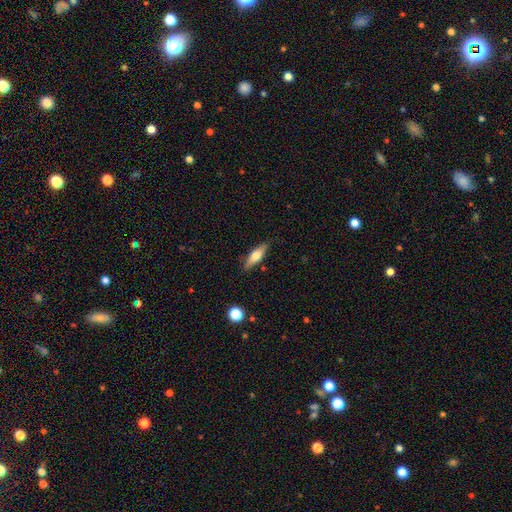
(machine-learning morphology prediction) A smooth galaxy with no disk features (62%) that is cigar-shaped (51%). Merging: none (84%).